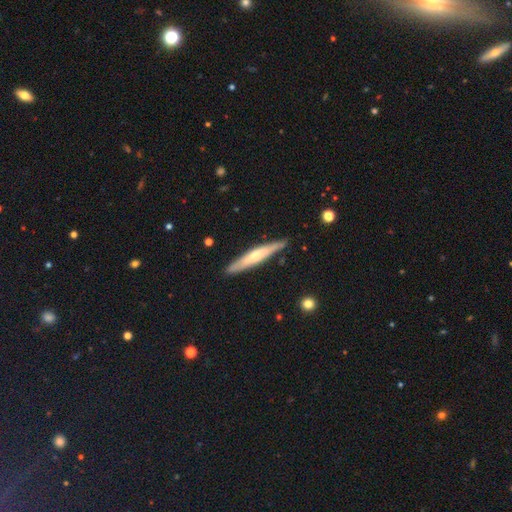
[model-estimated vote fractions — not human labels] A featured or disk galaxy (54%) viewed edge-on (92%).

Vote fractions:
- Smooth or featured? featured or disk: 54% / smooth: 41% / star or artifact: 5%
- Edge-on disk? yes: 92% / no: 8%
- Merging? none: 87% / minor disturbance: 10% / major disturbance: 2% / merger: 1%